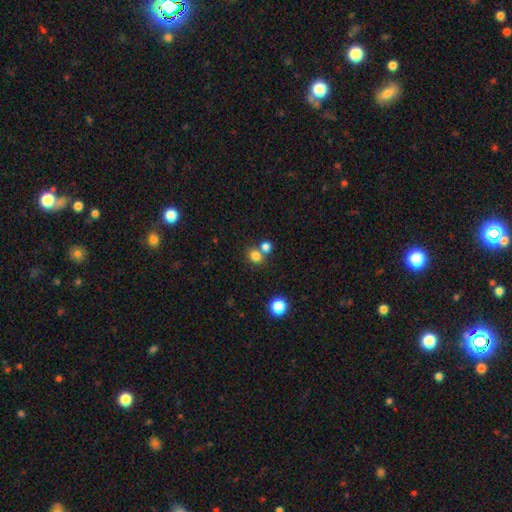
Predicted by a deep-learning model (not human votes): A smooth galaxy with no disk features (79%) that is round (71%). Merging: none (55%).